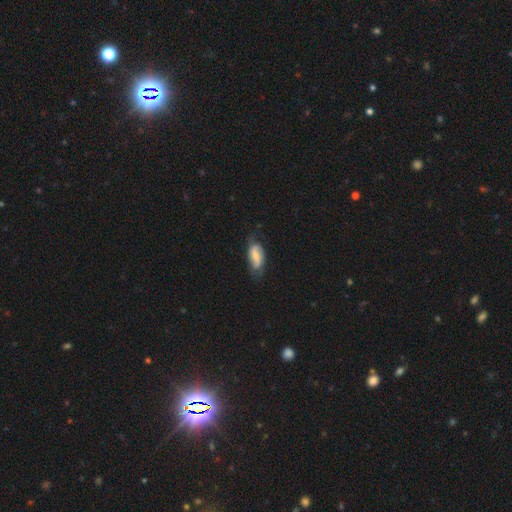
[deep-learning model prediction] Q: Smooth or featured?
A: featured or disk (52%); runner-up: smooth (41%)
Q: Edge-on disk?
A: no (93%); runner-up: yes (7%)
Q: Merging?
A: none (64%); runner-up: minor disturbance (26%)